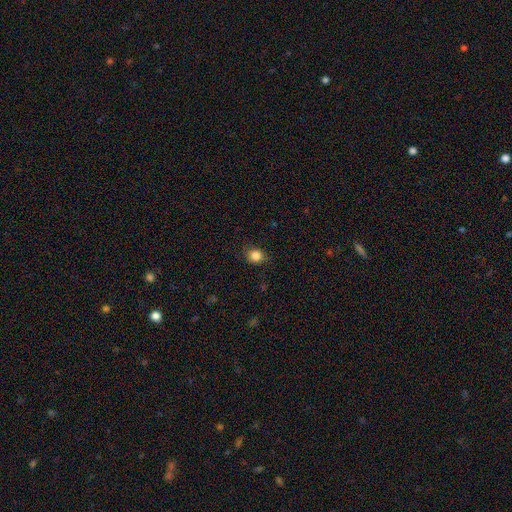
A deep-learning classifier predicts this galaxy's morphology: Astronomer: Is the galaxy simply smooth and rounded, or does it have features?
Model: smooth — 85%.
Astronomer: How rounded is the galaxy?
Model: round — 80%.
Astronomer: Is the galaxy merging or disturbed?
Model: none — 83%.